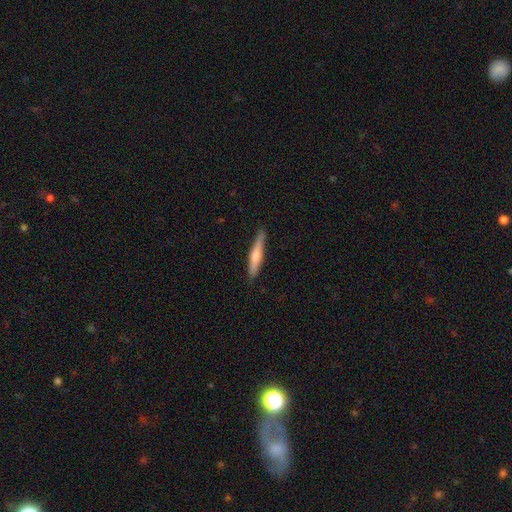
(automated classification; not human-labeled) Overall: smooth (52%; featured or disk 43%). How rounded: cigar-shaped (92%). Merging: none (89%).